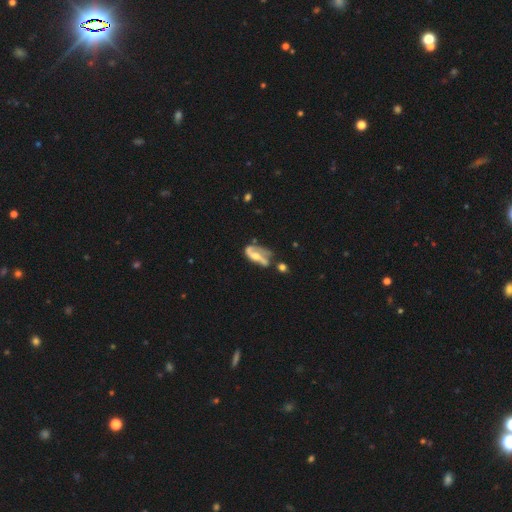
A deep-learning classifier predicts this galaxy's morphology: type=featured or disk (71%); edge-on=no (88%); bar=no (44%); spiral arms=yes (77%); bulge=moderate (52%); merging=none (31%).